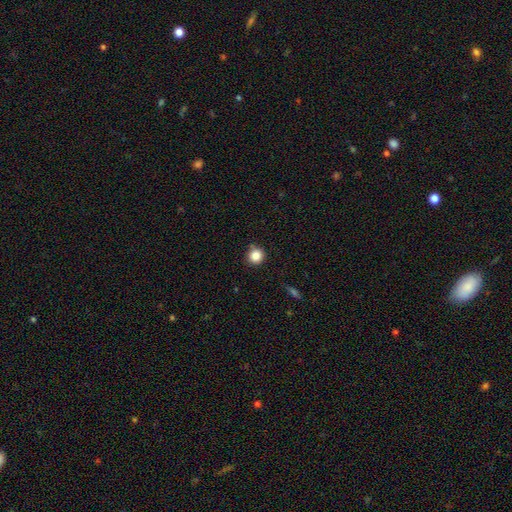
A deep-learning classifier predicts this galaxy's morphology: Smooth or featured? Predicted: smooth (p=0.85). How rounded? Predicted: round (p=0.93). Merging? Predicted: none (p=0.83).